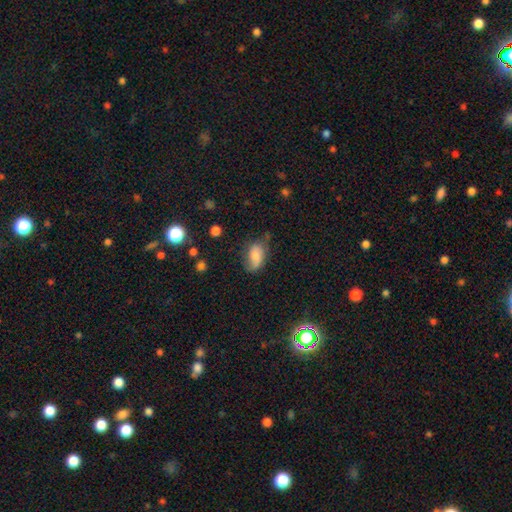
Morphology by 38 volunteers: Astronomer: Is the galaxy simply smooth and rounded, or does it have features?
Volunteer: smooth — 66%.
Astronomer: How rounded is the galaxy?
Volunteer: in between — 92%.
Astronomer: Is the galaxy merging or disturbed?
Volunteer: none — 54% (runner-up: minor disturbance, 31%).